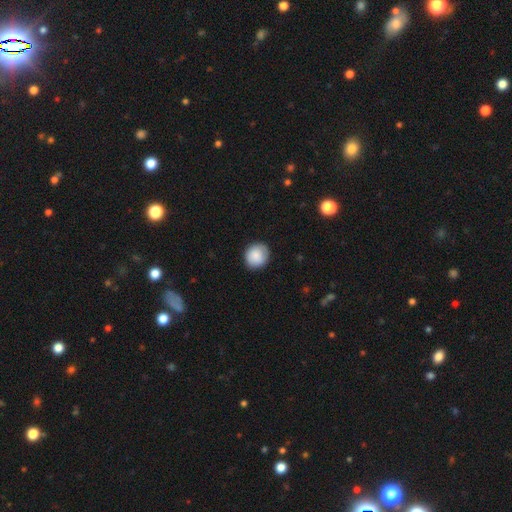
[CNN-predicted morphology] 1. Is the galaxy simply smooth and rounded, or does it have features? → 86% smooth, 7% star or artifact, 7% featured or disk.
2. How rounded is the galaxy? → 83% round, 16% in between, 1% cigar-shaped.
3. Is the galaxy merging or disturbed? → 85% none, 11% minor disturbance, 2% major disturbance, 1% merger.